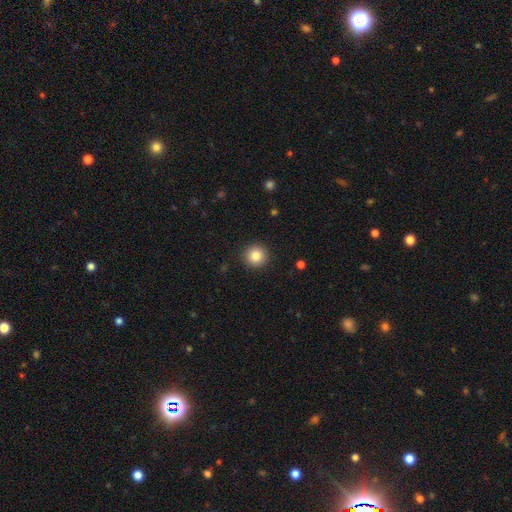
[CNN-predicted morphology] Smooth or featured: smooth — 84% (star or artifact — 10%)
How rounded: round — 95% (in between — 4%)
Merging: none — 92% (minor disturbance — 5%)